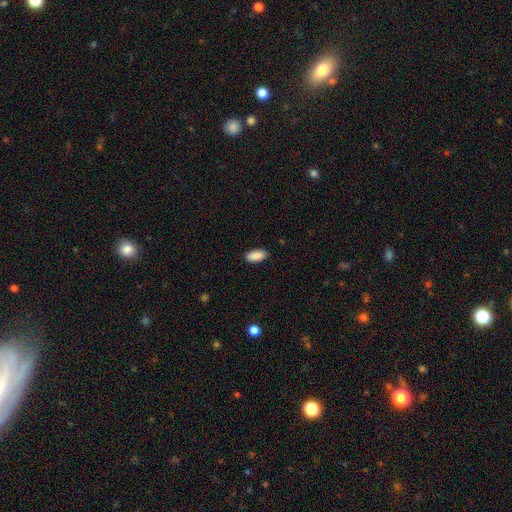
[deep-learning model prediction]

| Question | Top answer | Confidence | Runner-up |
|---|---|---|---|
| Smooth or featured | smooth | 90% | star or artifact (6%) |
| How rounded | in between | 92% | cigar-shaped (6%) |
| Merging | none | 88% | minor disturbance (9%) |